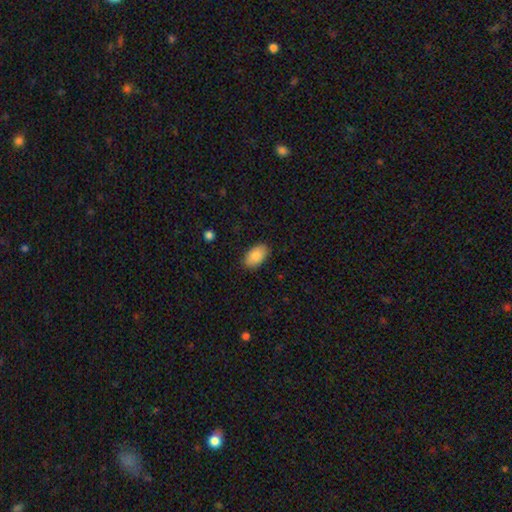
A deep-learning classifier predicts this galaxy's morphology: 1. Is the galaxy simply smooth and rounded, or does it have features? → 85% smooth, 8% featured or disk, 7% star or artifact.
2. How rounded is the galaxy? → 94% in between, 5% round, 1% cigar-shaped.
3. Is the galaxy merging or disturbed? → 86% none, 11% minor disturbance, 2% major disturbance, 1% merger.